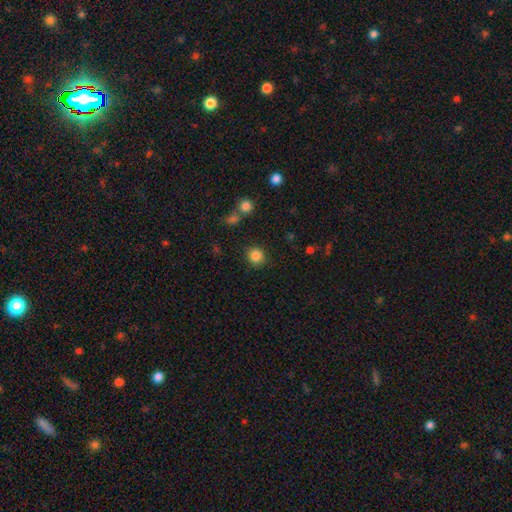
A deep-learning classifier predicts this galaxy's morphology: smooth_or_featured: smooth (p=0.85) [alt: star or artifact p=0.11]
how_rounded: round (p=0.90) [alt: in between p=0.09]
merging: none (p=0.87) [alt: minor disturbance p=0.08]